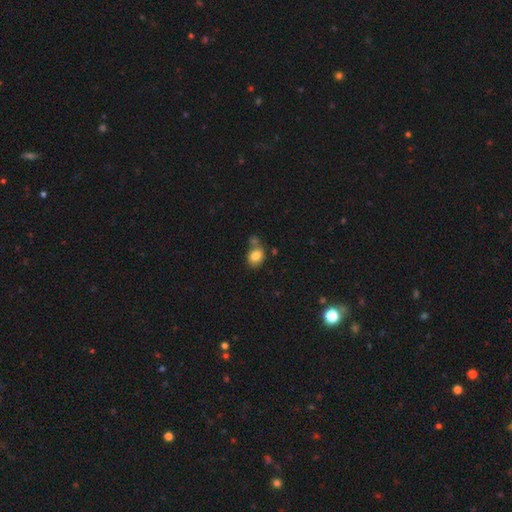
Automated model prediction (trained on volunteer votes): This appears to be a smooth galaxy with no disk features (82%) that is in between round and cigar-shaped (60%). Merging: none (54%).